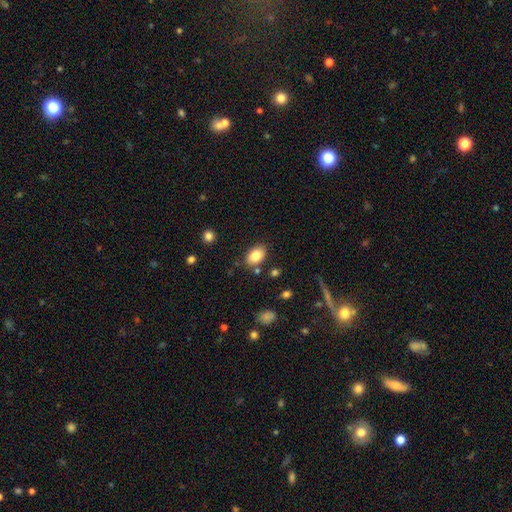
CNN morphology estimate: Smooth or featured?
  - smooth: 84% *
  - star or artifact: 8%
  - featured or disk: 8%
How rounded?
  - in between: 83% *
  - round: 16%
  - cigar-shaped: 1%
Merging?
  - none: 82% *
  - minor disturbance: 11%
  - merger: 4%
  - major disturbance: 3%